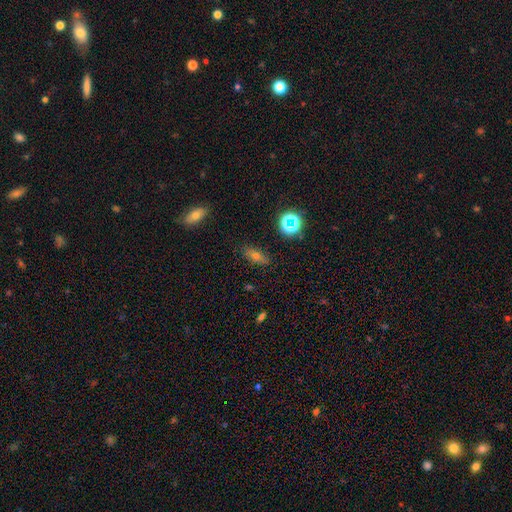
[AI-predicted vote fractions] This appears to be a smooth galaxy with no disk features (54%) that is in between round and cigar-shaped (64%). Merging: none (84%).